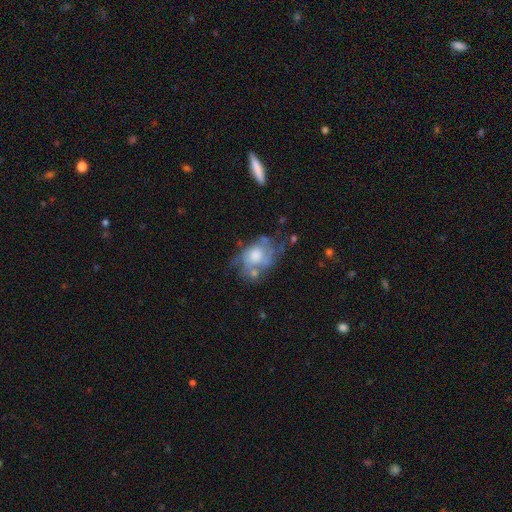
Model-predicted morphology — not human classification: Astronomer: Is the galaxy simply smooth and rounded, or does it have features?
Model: featured or disk — 59%.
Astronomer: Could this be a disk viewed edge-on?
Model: no — 96%.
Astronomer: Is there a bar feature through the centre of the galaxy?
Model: no — 82%.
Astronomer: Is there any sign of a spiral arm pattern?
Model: yes — 56% (runner-up: no, 44%).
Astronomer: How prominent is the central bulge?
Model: moderate — 38% (runner-up: large, 36%).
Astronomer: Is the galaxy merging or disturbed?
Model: none — 37% (runner-up: minor disturbance, 26%).